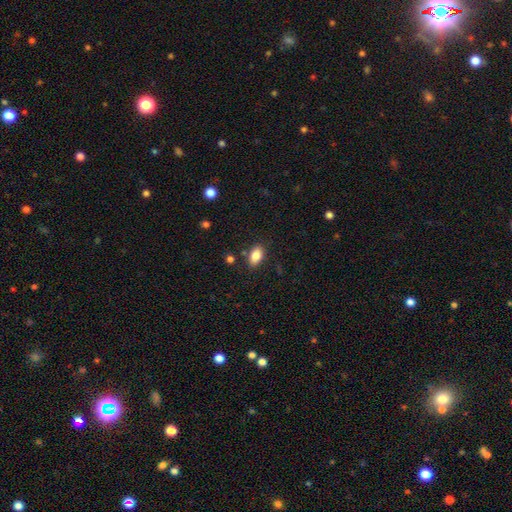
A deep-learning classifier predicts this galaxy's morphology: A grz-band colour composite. It shows a smooth galaxy with no disk features (85%) that is in between round and cigar-shaped (90%). Merging: none (83%).